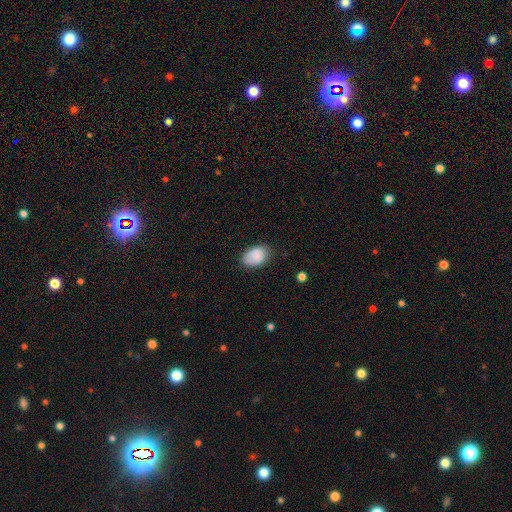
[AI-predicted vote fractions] A smooth galaxy with no disk features (87%) that is in between round and cigar-shaped (88%).

Vote fractions:
- Smooth or featured? smooth: 87% / star or artifact: 7% / featured or disk: 6%
- How rounded? in between: 88% / round: 11% / cigar-shaped: 1%
- Merging? none: 76% / minor disturbance: 19% / major disturbance: 4% / merger: 1%